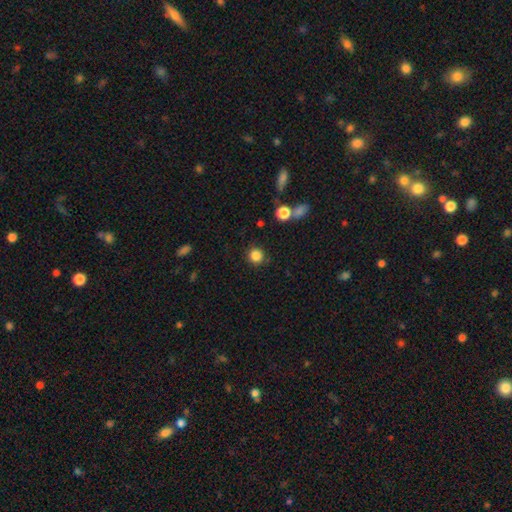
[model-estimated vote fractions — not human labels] A smooth galaxy with no disk features (84%) that is round (93%).

Vote fractions:
- Smooth or featured? smooth: 84% / star or artifact: 12% / featured or disk: 4%
- How rounded? round: 93% / in between: 6% / cigar-shaped: 1%
- Merging? none: 87% / minor disturbance: 7% / merger: 3% / major disturbance: 3%